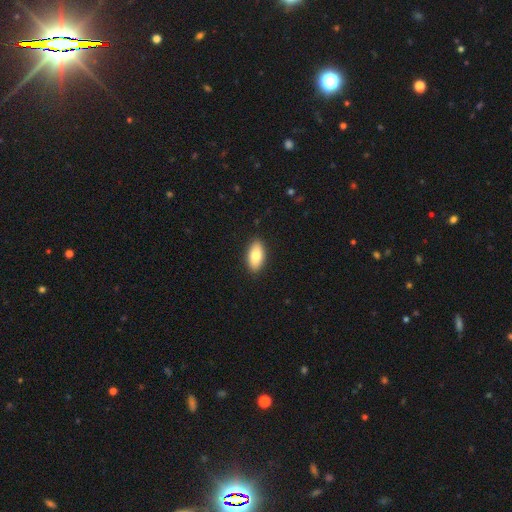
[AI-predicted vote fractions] Morphology: type=smooth (80%); roundness=in between (91%); merging=none (89%).